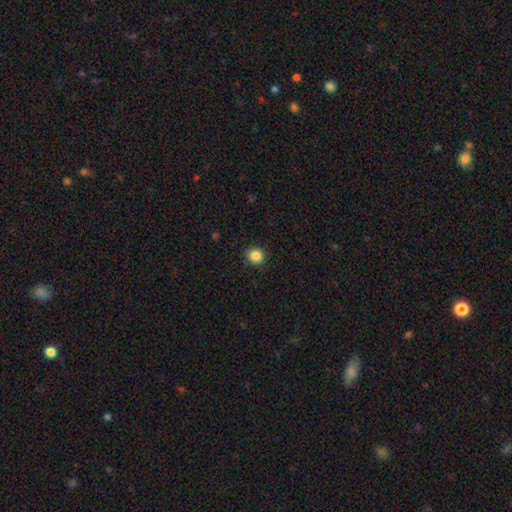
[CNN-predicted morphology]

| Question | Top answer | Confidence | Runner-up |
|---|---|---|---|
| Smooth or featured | smooth | 86% | star or artifact (11%) |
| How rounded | round | 92% | in between (7%) |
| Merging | none | 92% | minor disturbance (5%) |